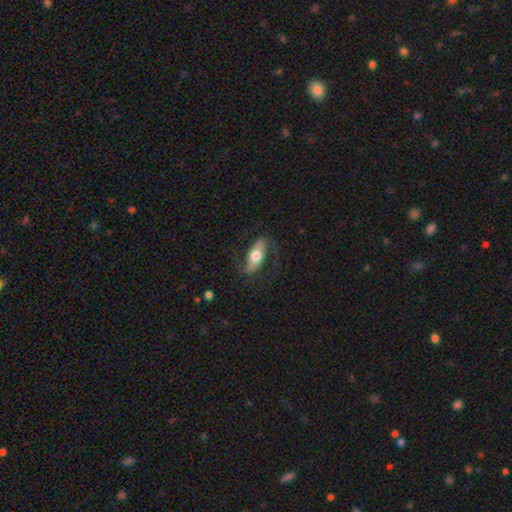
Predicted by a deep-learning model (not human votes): This is possibly a featured or disk galaxy (54%). It is likely not viewed edge-on (75%). Merging: likely none (70%).